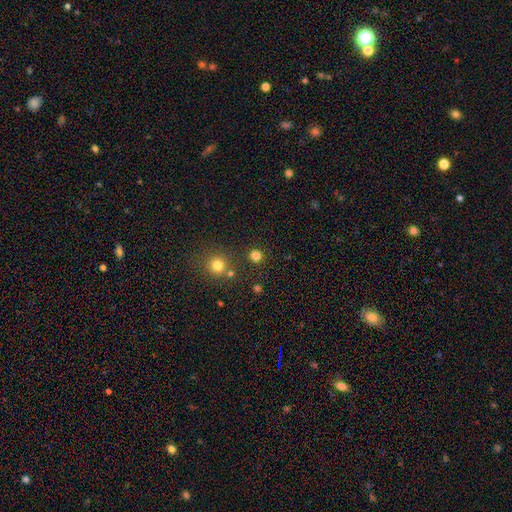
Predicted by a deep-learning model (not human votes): smooth 79%, star or artifact 16%, featured or disk 4%. Down the decision tree: how rounded — round (92%); merging — none (87%).